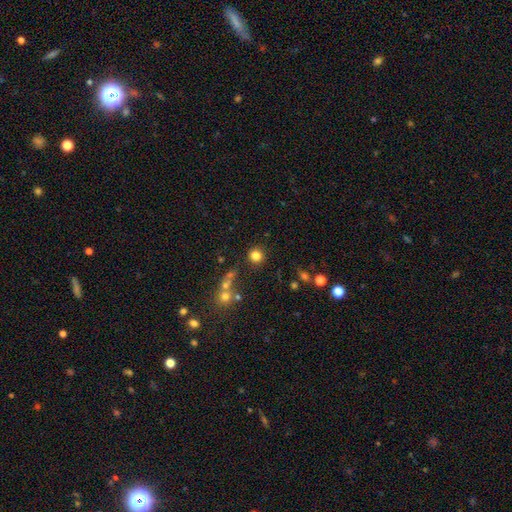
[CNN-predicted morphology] smooth_or_featured: smooth (p=0.81) [alt: star or artifact p=0.13]
how_rounded: round (p=0.93) [alt: in between p=0.06]
merging: none (p=0.85) [alt: minor disturbance p=0.07]